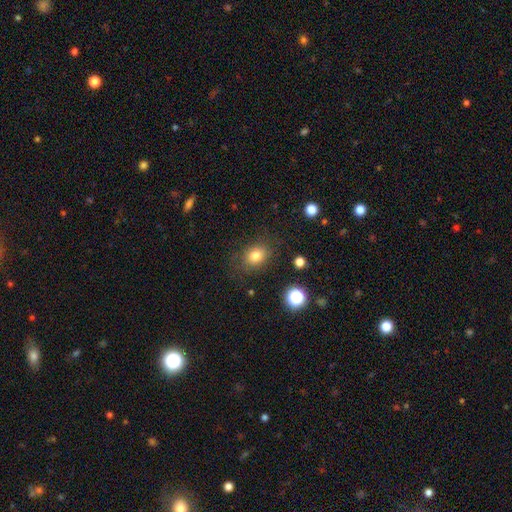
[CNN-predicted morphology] Smooth or featured? Predicted: smooth (p=0.80). How rounded? Predicted: in between (p=0.57). Merging? Predicted: none (p=0.78).